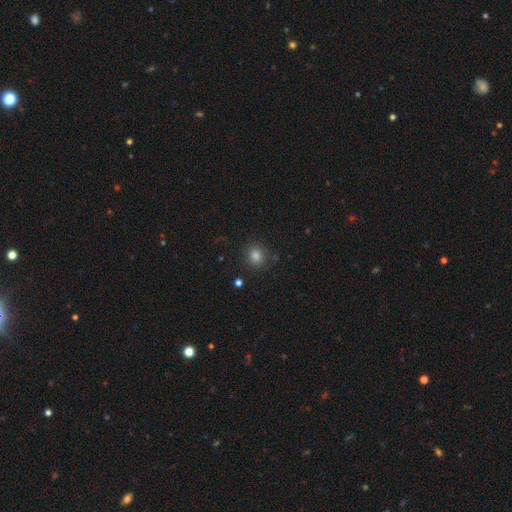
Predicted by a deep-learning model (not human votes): Smooth or featured?
  - smooth: 80% *
  - star or artifact: 15%
  - featured or disk: 5%
How rounded?
  - round: 84% *
  - in between: 15%
  - cigar-shaped: 1%
Merging?
  - none: 85% *
  - minor disturbance: 9%
  - major disturbance: 3%
  - merger: 3%